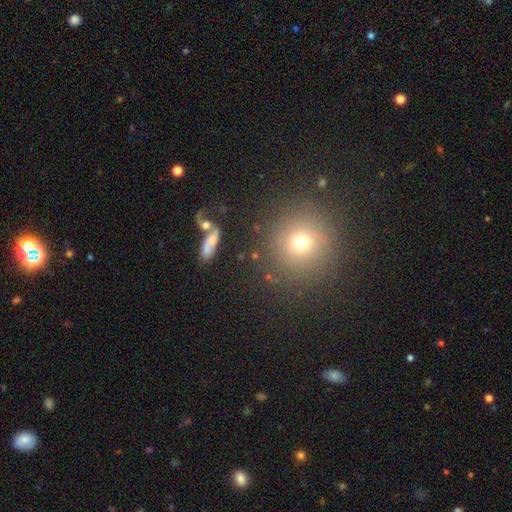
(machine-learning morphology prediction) Overall: smooth (59%; star or artifact 27%). How rounded: round (81%). Merging: none (82%).